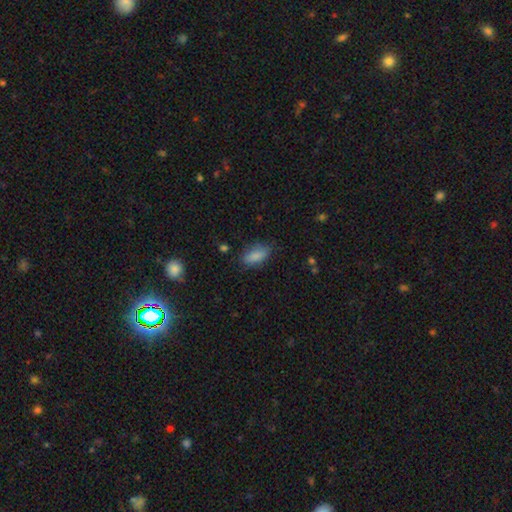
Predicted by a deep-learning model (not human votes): Morphology: type=smooth (85%); roundness=in between (84%); merging=none (78%).